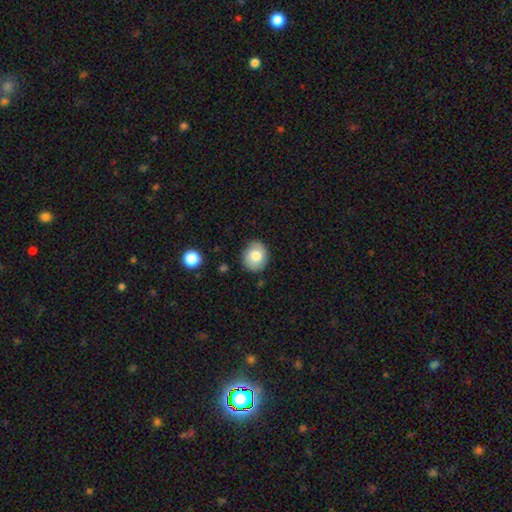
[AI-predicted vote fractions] This is likely a smooth galaxy (79%). How rounded: likely round (63%). Merging: clearly none (83%).